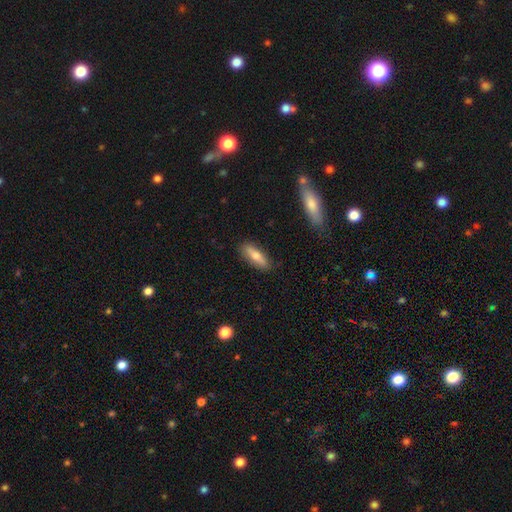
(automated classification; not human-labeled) smooth-or-featured: smooth: 63% | featured or disk: 30% | star or artifact: 6%
  how-rounded: in between: 52% | cigar-shaped: 46% | round: 3%
  merging: none: 85% | minor disturbance: 11% | major disturbance: 2% | merger: 2%